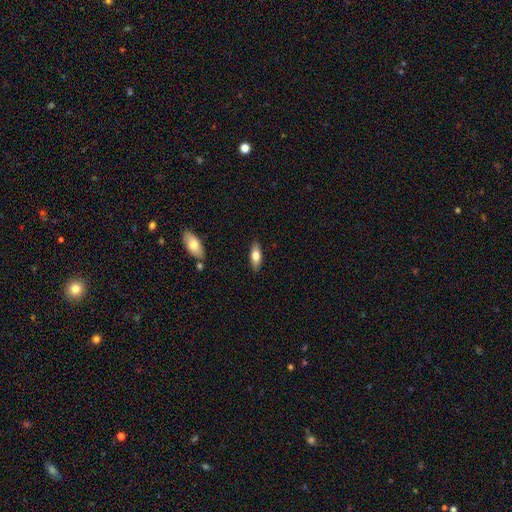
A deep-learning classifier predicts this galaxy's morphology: smooth_or_featured: smooth (p=0.69) [alt: featured or disk p=0.25]
how_rounded: in between (p=0.71) [alt: cigar-shaped p=0.27]
merging: none (p=0.87) [alt: minor disturbance p=0.09]